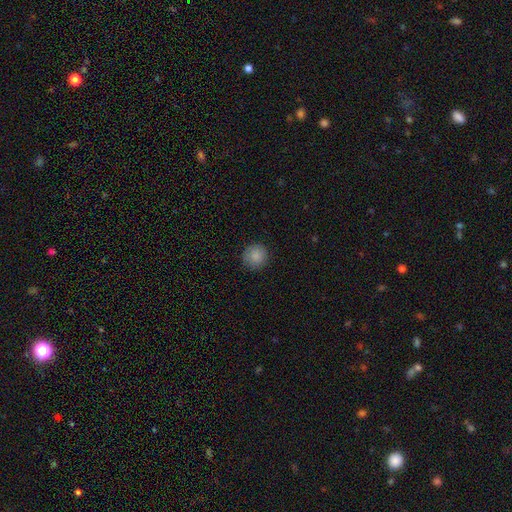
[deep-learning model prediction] Q: Smooth or featured?
A: smooth (87%); runner-up: star or artifact (9%)
Q: How rounded?
A: round (94%); runner-up: in between (5%)
Q: Merging?
A: none (89%); runner-up: minor disturbance (8%)